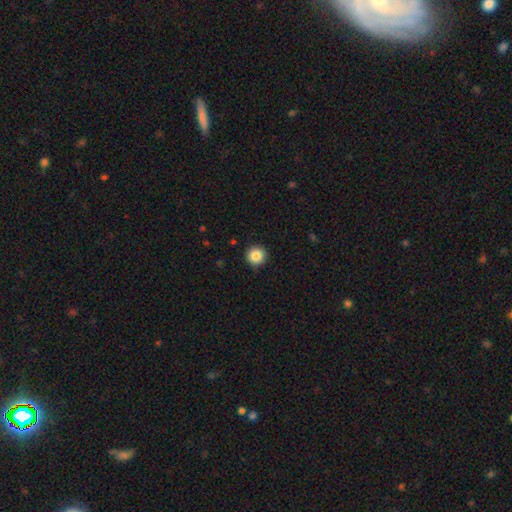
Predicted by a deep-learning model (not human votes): This is clearly a smooth galaxy (87%). How rounded: clearly round (96%). Merging: clearly none (92%).